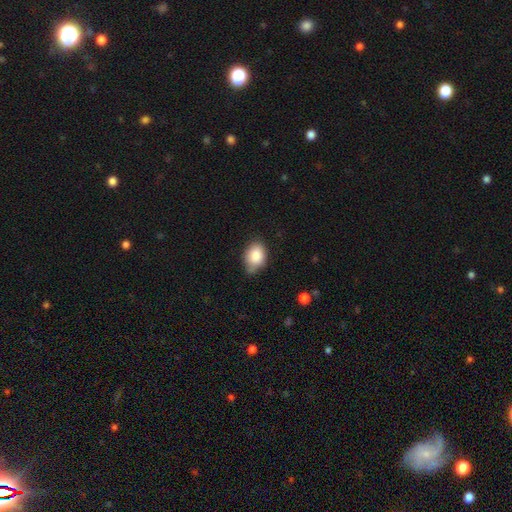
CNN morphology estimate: Smooth or featured? smooth (86%)
How rounded? in between (73%)
Merging? none (62%)